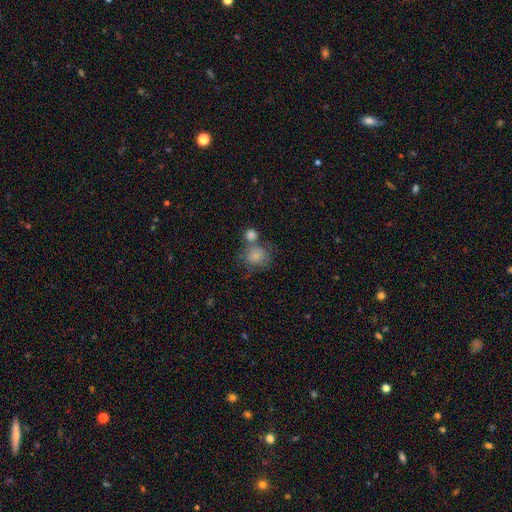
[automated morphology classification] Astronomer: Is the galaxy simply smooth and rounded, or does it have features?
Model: smooth — 79%.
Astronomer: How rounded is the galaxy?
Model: round — 73%.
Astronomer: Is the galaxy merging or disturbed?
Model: none — 39% (runner-up: merger, 36%).